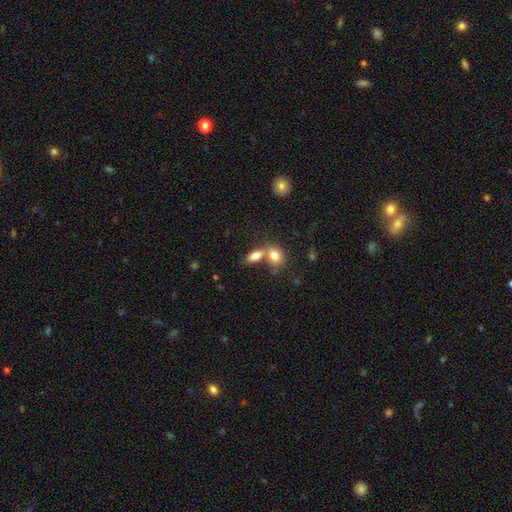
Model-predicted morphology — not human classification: Smooth or featured? Predicted: smooth (p=0.80). How rounded? Predicted: in between (p=0.84). Merging? Predicted: merger (p=0.49).